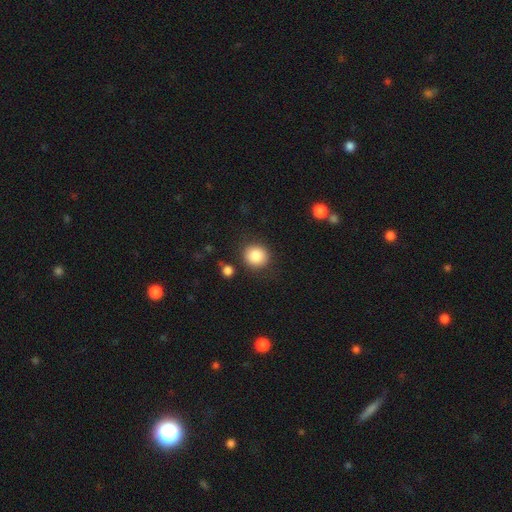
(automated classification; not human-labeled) This appears to be a smooth galaxy with no disk features (86%) that is round (88%). Merging: none (85%).